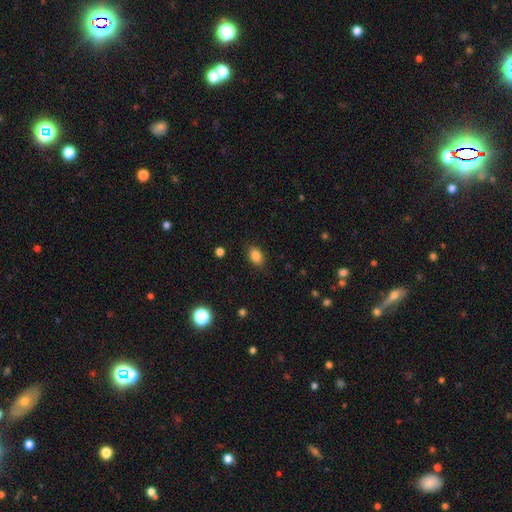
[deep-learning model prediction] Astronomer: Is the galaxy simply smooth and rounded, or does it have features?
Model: smooth — 85%.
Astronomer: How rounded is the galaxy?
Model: in between — 82%.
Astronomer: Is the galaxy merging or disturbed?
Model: none — 86%.